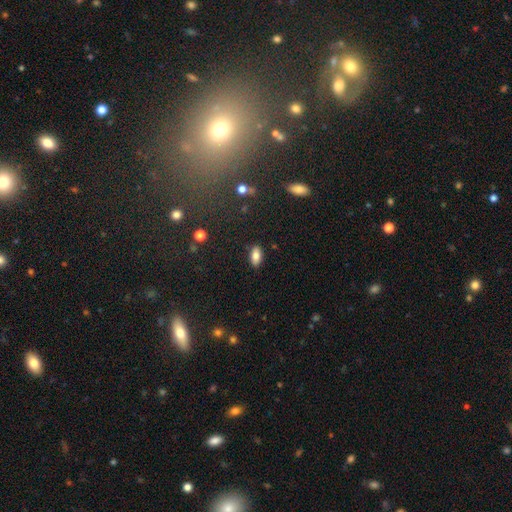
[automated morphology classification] Smooth or featured? smooth (82%)
How rounded? in between (91%)
Merging? none (87%)